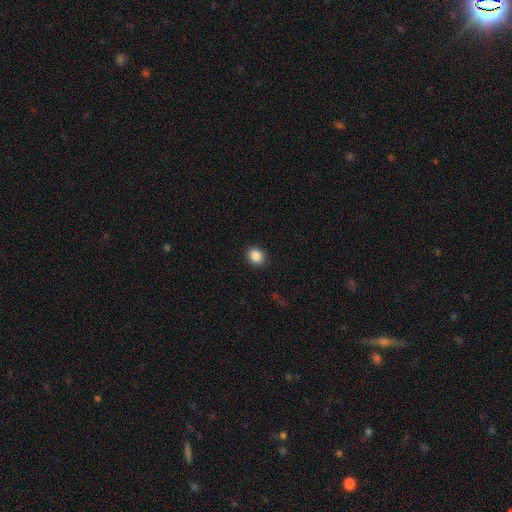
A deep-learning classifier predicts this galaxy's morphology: smooth-or-featured: smooth: 87% | star or artifact: 9% | featured or disk: 3%
  how-rounded: round: 61% | in between: 38% | cigar-shaped: 1%
  merging: none: 90% | minor disturbance: 7% | major disturbance: 2% | merger: 1%